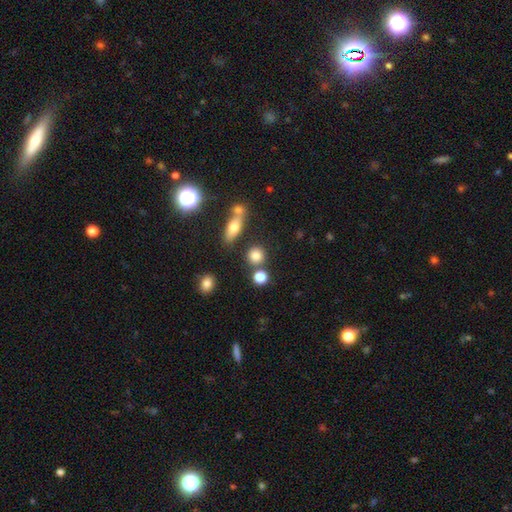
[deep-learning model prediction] Q: Smooth or featured?
A: smooth (80%); runner-up: star or artifact (12%)
Q: How rounded?
A: round (85%); runner-up: in between (12%)
Q: Merging?
A: none (73%); runner-up: merger (15%)